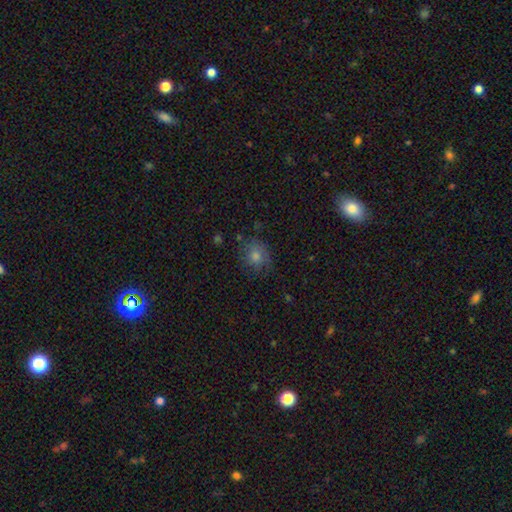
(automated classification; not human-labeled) Smooth or featured?
  - smooth: 68% *
  - star or artifact: 18%
  - featured or disk: 14%
How rounded?
  - round: 78% *
  - in between: 21%
  - cigar-shaped: 1%
Merging?
  - none: 76% *
  - minor disturbance: 17%
  - major disturbance: 5%
  - merger: 2%